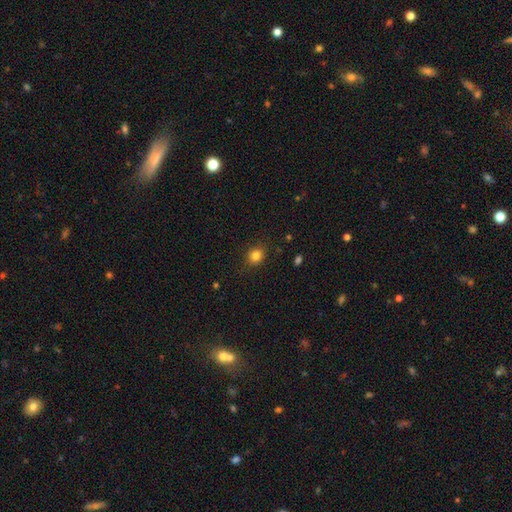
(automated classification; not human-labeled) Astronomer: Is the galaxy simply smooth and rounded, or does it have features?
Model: smooth — 82%.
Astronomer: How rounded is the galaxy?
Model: round — 71%.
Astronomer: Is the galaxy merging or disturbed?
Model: none — 85%.